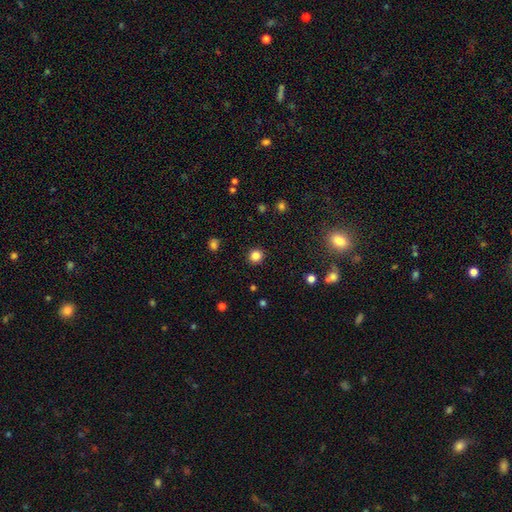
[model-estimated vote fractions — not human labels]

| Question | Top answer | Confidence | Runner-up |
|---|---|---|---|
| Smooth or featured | smooth | 84% | star or artifact (13%) |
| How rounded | round | 92% | in between (7%) |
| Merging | none | 92% | minor disturbance (5%) |